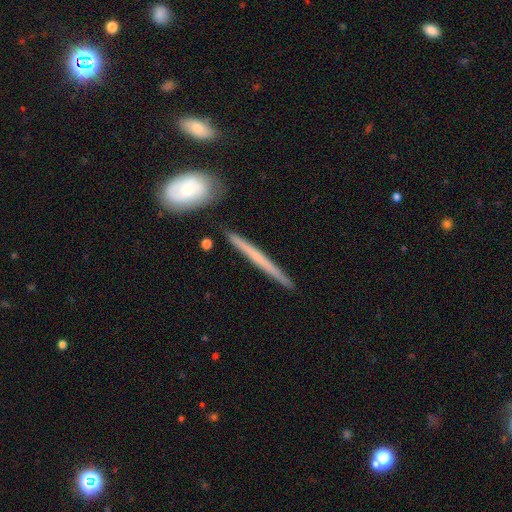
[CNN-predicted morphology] smooth-or-featured: featured or disk: 53% | smooth: 41% | star or artifact: 6%
  disk-edge-on: yes: 94% | no: 6%
  merging: none: 87% | minor disturbance: 8% | merger: 3% | major disturbance: 2%